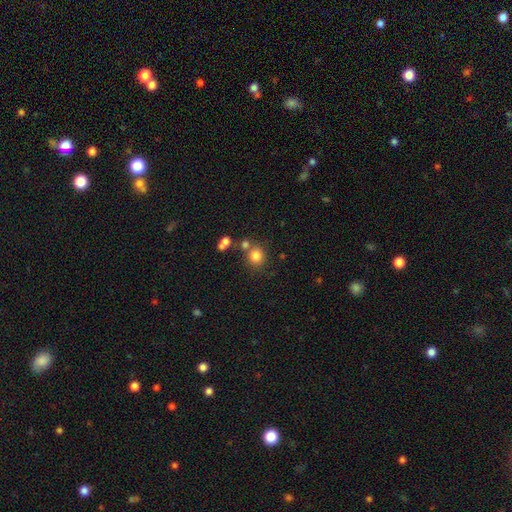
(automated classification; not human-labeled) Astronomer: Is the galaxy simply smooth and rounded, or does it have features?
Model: smooth — 80%.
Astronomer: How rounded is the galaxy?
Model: round — 84%.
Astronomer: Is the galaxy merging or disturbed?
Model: none — 69%.